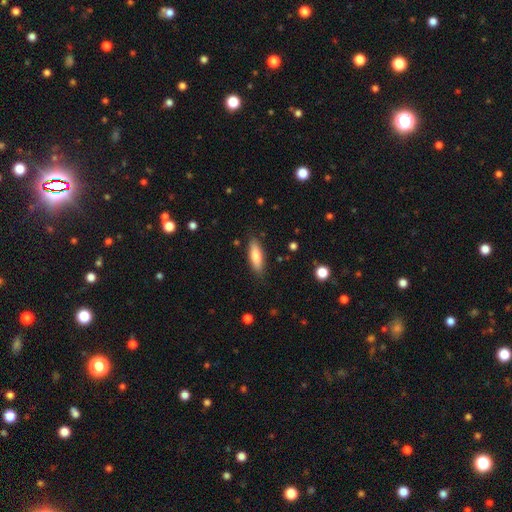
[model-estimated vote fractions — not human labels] This appears to be a smooth galaxy with no disk features (76%) that is in between round and cigar-shaped (53%). Merging: none (85%).